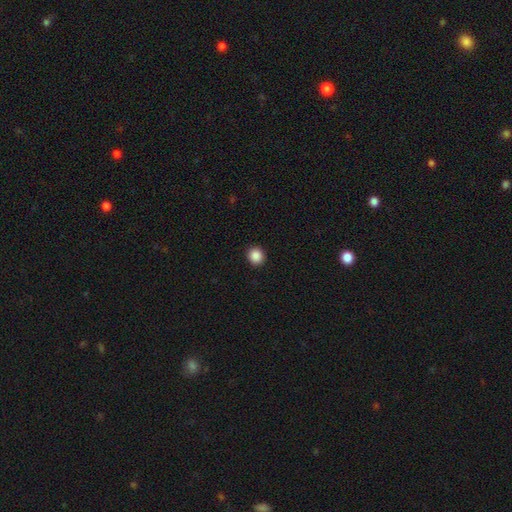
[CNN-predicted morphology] A smooth galaxy with no disk features (88%) that is round (88%). Merging: none (93%).